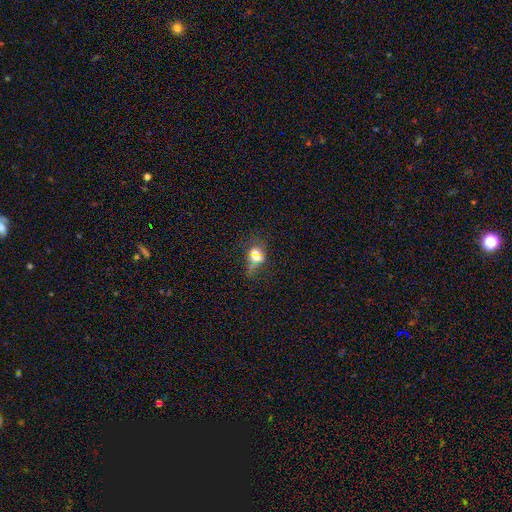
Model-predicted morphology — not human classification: A smooth galaxy with no disk features (53%) that is round (48%).

Vote fractions:
- Smooth or featured? smooth: 53% / star or artifact: 26% / featured or disk: 20%
- How rounded? round: 48% / in between: 47% / cigar-shaped: 5%
- Merging? none: 48% / merger: 23% / minor disturbance: 16% / major disturbance: 14%